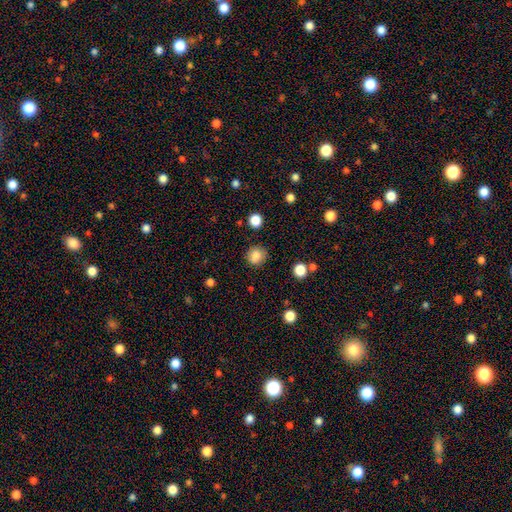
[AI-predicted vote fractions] Smooth or featured?
  - smooth: 83% *
  - star or artifact: 11%
  - featured or disk: 6%
How rounded?
  - round: 88% *
  - in between: 11%
  - cigar-shaped: 1%
Merging?
  - none: 85% *
  - minor disturbance: 10%
  - major disturbance: 3%
  - merger: 2%